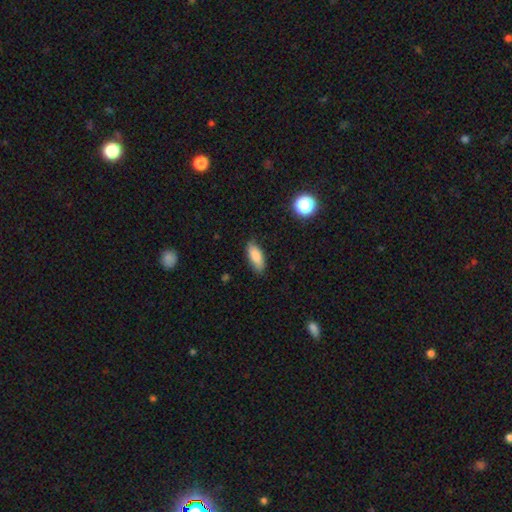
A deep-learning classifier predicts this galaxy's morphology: The model was most divided on "how rounded": in between: 80%, cigar-shaped: 18%, round: 2%. More confident: smooth or featured — smooth (84%); merging — none (82%).